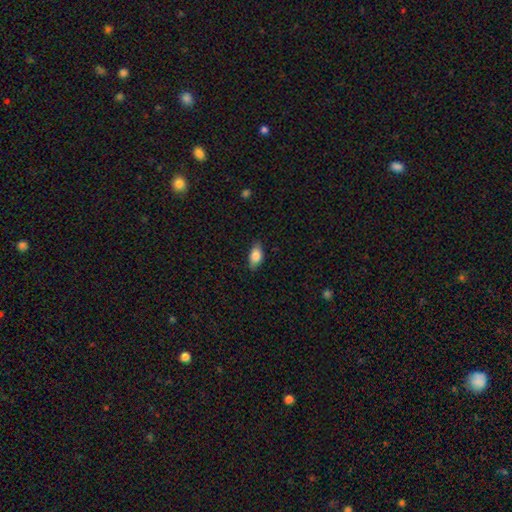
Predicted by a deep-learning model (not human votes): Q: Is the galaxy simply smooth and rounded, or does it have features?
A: smooth — 83%.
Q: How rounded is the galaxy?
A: in between — 89%.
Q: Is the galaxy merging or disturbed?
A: none — 81%.